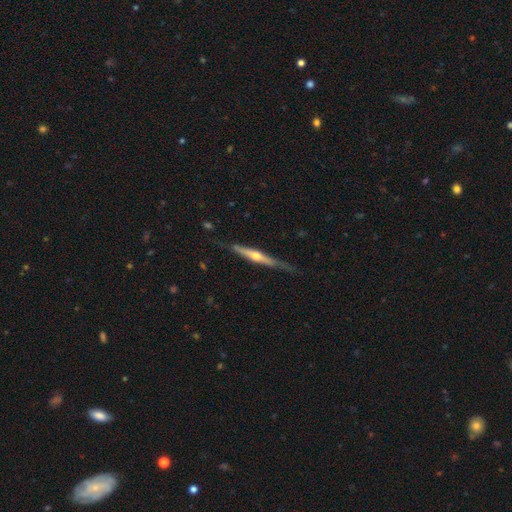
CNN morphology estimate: Smooth or featured: featured or disk — 73% (smooth — 22%)
Edge-on disk: yes — 96% (no — 4%)
Edge-on bulge: rounded — 87% (none — 9%)
Merging: none — 75% (minor disturbance — 19%)